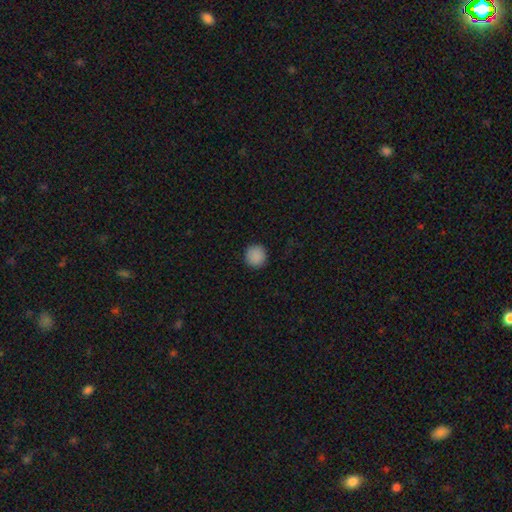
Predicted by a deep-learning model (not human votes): Overall: smooth (89%). How rounded: round (95%). Merging: none (92%).